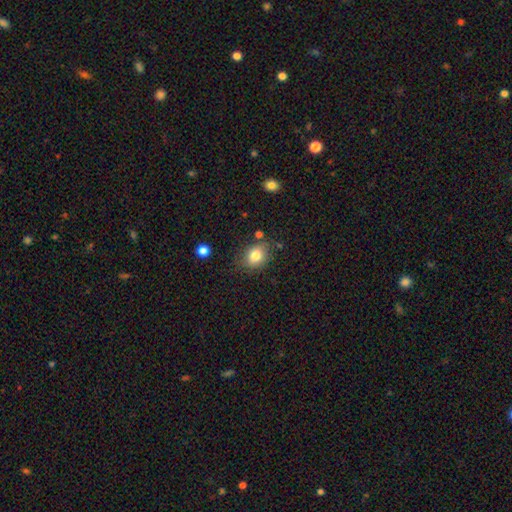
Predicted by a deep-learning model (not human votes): A smooth galaxy with no disk features (81%) that is in between round and cigar-shaped (56%). Merging: none (74%).